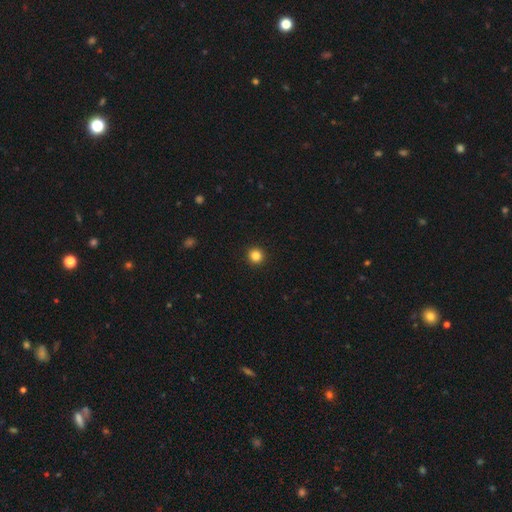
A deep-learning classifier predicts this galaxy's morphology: Smooth or featured: smooth — 84% (star or artifact — 12%)
How rounded: round — 96% (in between — 4%)
Merging: none — 94% (minor disturbance — 4%)